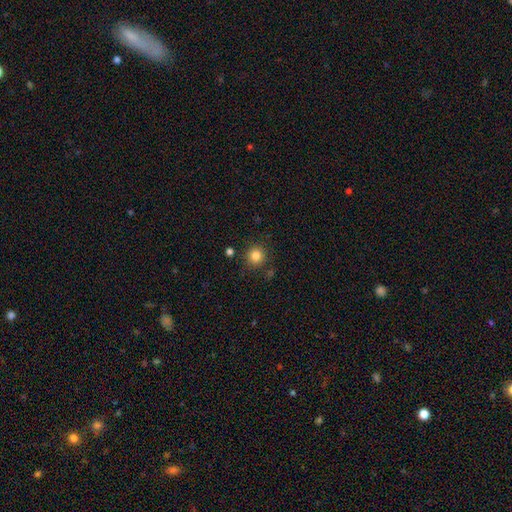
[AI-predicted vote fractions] Q: Smooth or featured?
A: smooth (83%); runner-up: star or artifact (12%)
Q: How rounded?
A: round (93%); runner-up: in between (6%)
Q: Merging?
A: none (86%); runner-up: minor disturbance (8%)